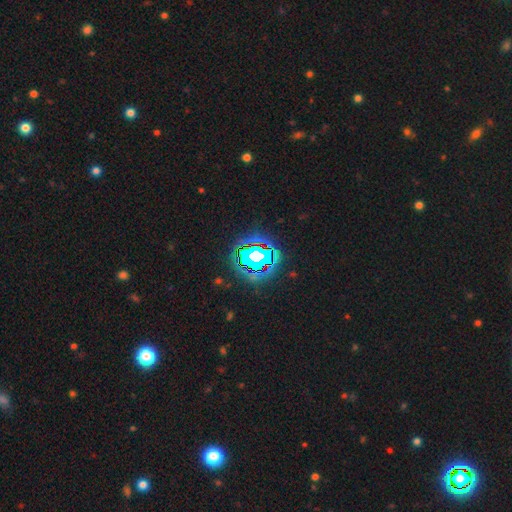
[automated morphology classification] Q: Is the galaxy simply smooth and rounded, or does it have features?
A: star or artifact — 68%.